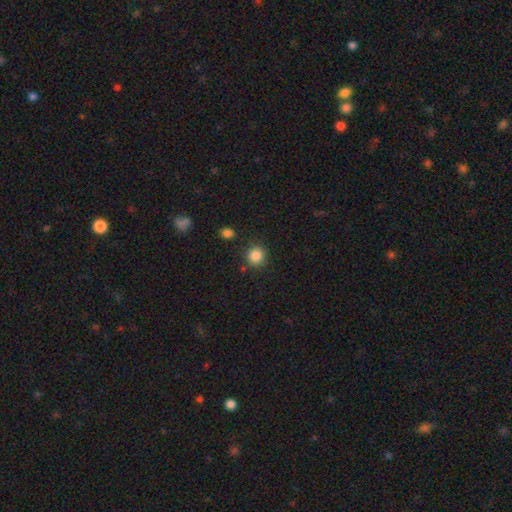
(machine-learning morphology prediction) smooth-or-featured: smooth: 86% | star or artifact: 10% | featured or disk: 4%
  how-rounded: round: 90% | in between: 9% | cigar-shaped: 1%
  merging: none: 86% | minor disturbance: 8% | merger: 4% | major disturbance: 3%